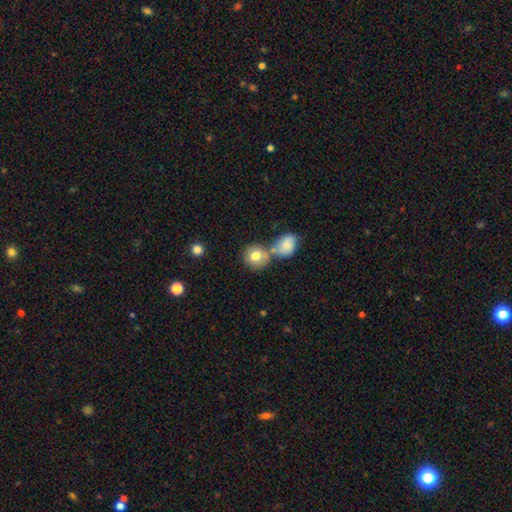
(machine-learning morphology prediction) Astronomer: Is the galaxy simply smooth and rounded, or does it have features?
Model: smooth — 79%.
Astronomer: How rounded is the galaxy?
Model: round — 83%.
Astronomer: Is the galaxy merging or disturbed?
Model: none — 49% (runner-up: merger, 35%).